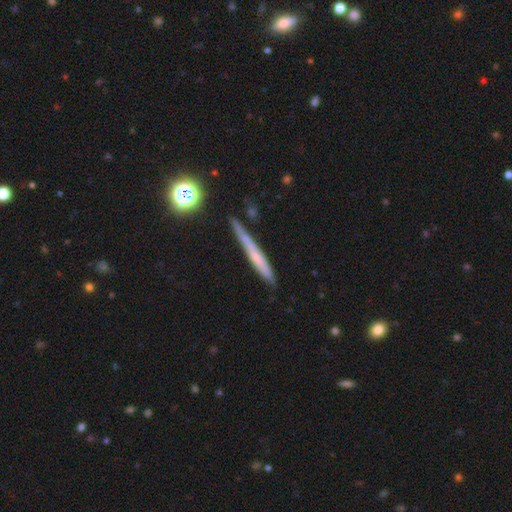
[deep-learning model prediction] Smooth or featured: smooth — 49% (featured or disk — 40%)
Merging: none — 76% (minor disturbance — 16%)